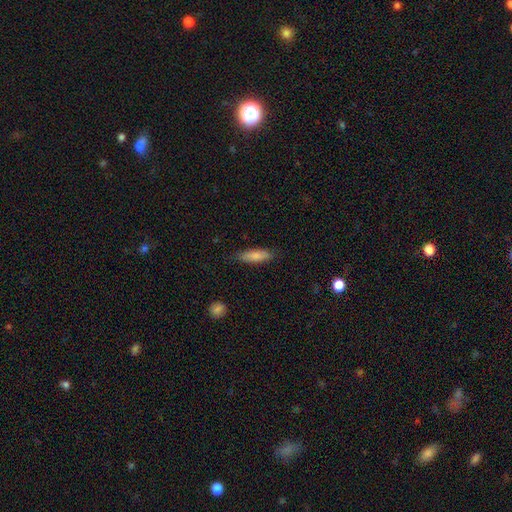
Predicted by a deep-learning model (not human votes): A smooth galaxy with no disk features (80%) that is cigar-shaped (57%).

Vote fractions:
- Smooth or featured? smooth: 80% / featured or disk: 13% / star or artifact: 6%
- How rounded? cigar-shaped: 57% / in between: 41% / round: 2%
- Merging? none: 83% / minor disturbance: 13% / major disturbance: 3% / merger: 1%